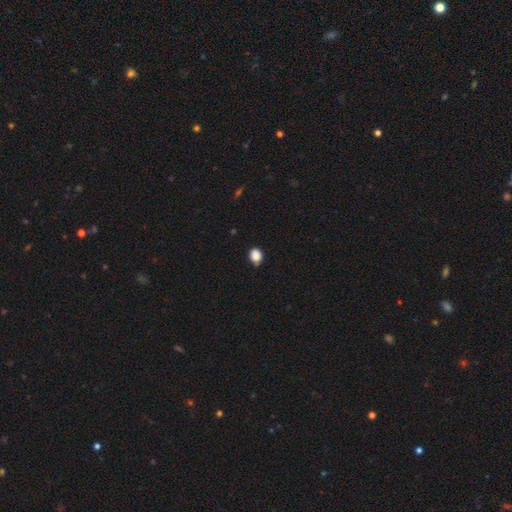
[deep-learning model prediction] This is clearly a smooth galaxy (87%). How rounded: possibly in between (52%). Merging: likely none (74%).